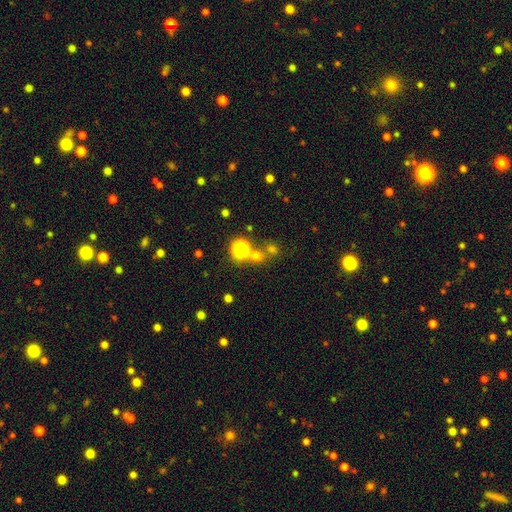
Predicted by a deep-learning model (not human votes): smooth-or-featured: smooth: 58% | star or artifact: 33% | featured or disk: 9%
  how-rounded: round: 84% | in between: 15% | cigar-shaped: 1%
  merging: none: 61% | merger: 27% | minor disturbance: 8% | major disturbance: 5%